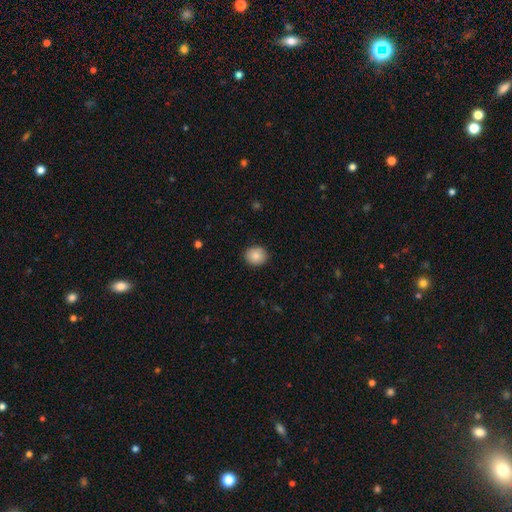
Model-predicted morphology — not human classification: A smooth galaxy with no disk features (87%) that is round (80%). Merging: none (90%).